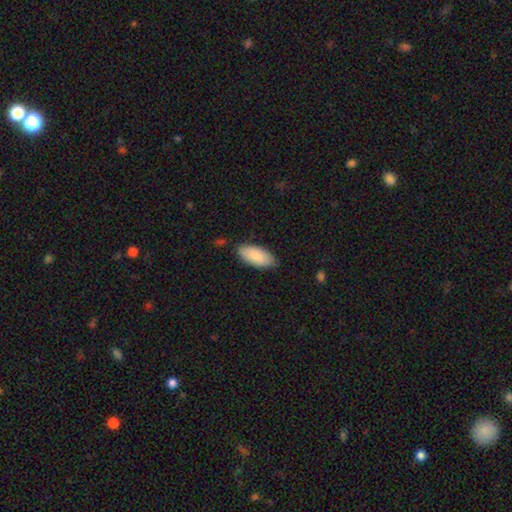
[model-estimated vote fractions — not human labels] smooth_or_featured: smooth (p=0.87) [alt: featured or disk p=0.08]
how_rounded: in between (p=0.91) [alt: cigar-shaped p=0.08]
merging: none (p=0.81) [alt: minor disturbance p=0.15]